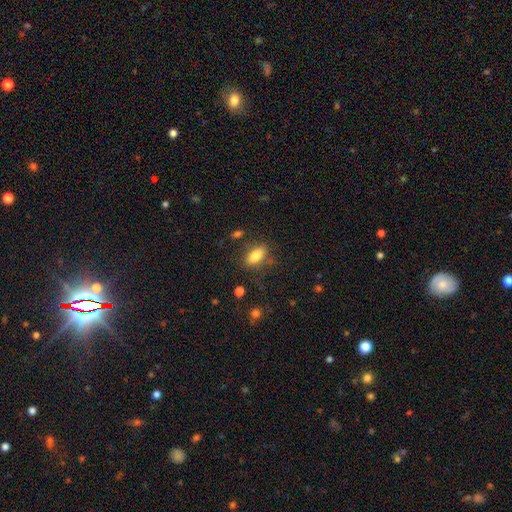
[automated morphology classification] The model was most divided on "merging": none: 78%, minor disturbance: 14%, major disturbance: 5%, merger: 3%. More confident: how rounded — in between (85%); smooth or featured — smooth (83%).